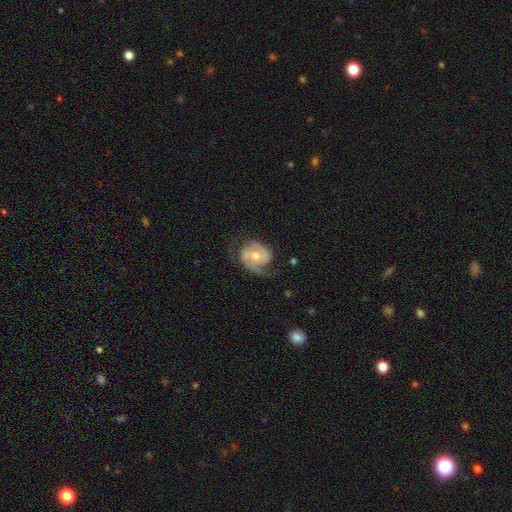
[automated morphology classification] The model was most divided on "bar": no: 51%, weak: 40%, strong: 9%. Remaining: edge-on disk — no (98%); spiral arms — yes (93%); spiral arm count — 2 (79%); smooth or featured — featured or disk (78%); bulge size — moderate (63%); merging — none (60%); spiral winding — medium (47%).